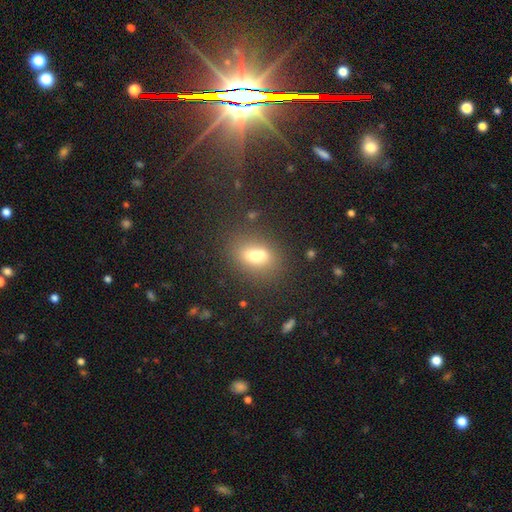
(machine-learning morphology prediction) type=smooth (69%); roundness=in between (72%); merging=none (55%).